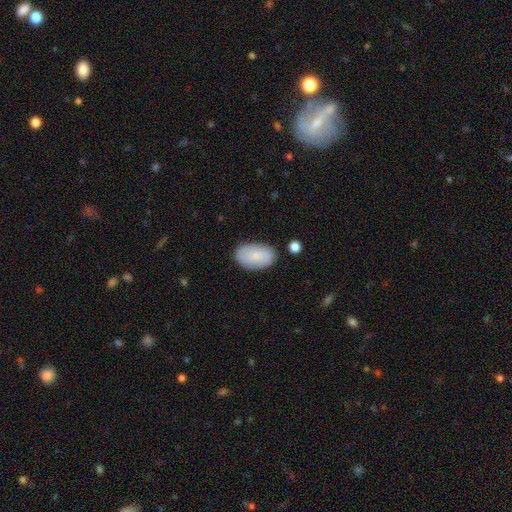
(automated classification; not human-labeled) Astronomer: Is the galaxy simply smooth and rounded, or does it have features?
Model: smooth — 79%.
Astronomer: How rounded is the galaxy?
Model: in between — 93%.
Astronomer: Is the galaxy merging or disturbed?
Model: none — 82%.